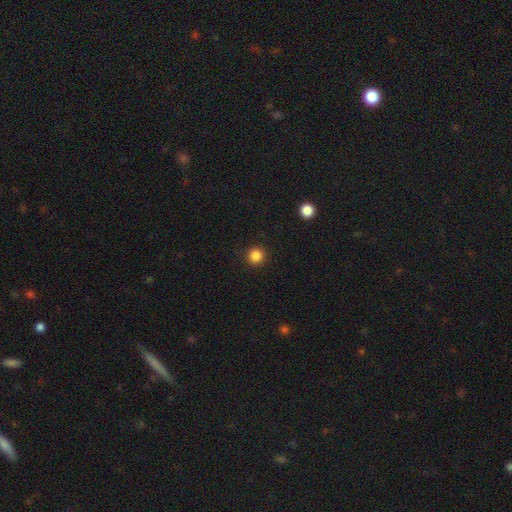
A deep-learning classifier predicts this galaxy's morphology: smooth_or_featured: smooth (p=0.85) [alt: star or artifact p=0.12]
how_rounded: round (p=0.95) [alt: in between p=0.04]
merging: none (p=0.92) [alt: minor disturbance p=0.05]